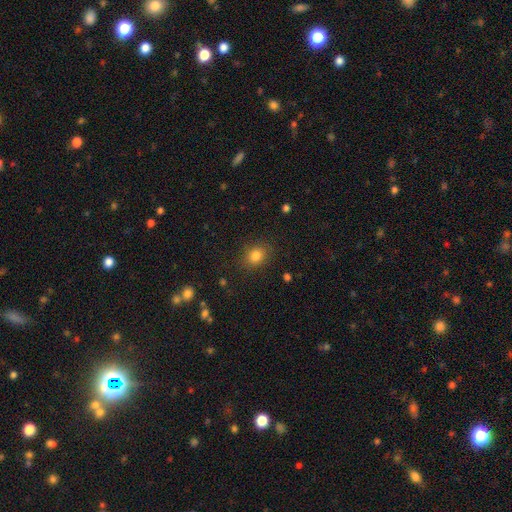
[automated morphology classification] Smooth or featured: smooth — 83% (star or artifact — 12%)
How rounded: round — 55% (in between — 44%)
Merging: none — 85% (minor disturbance — 10%)